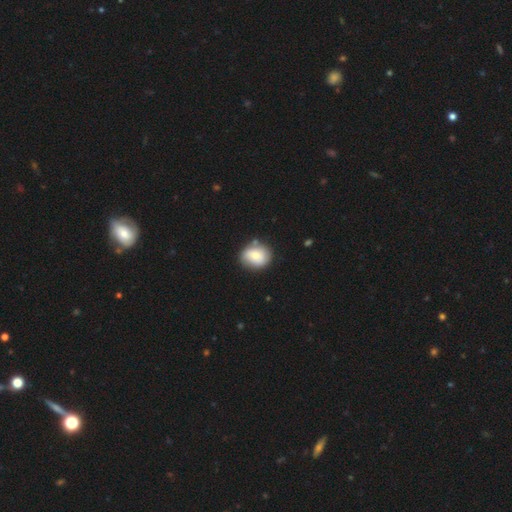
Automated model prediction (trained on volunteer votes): smooth-or-featured: smooth: 73% | featured or disk: 20% | star or artifact: 7%
  how-rounded: round: 60% | in between: 39% | cigar-shaped: 1%
  merging: none: 73% | minor disturbance: 17% | merger: 5% | major disturbance: 4%